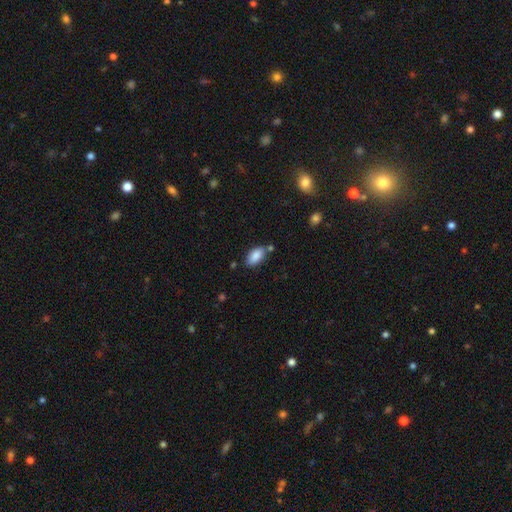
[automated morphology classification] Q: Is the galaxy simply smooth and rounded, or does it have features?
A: smooth — 86%.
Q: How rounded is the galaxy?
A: in between — 92%.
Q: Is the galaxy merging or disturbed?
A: none — 72%.